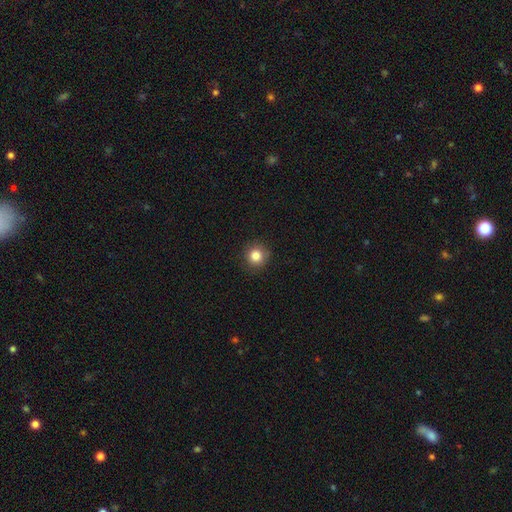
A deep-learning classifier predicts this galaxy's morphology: Smooth or featured? smooth (83%)
How rounded? round (93%)
Merging? none (90%)